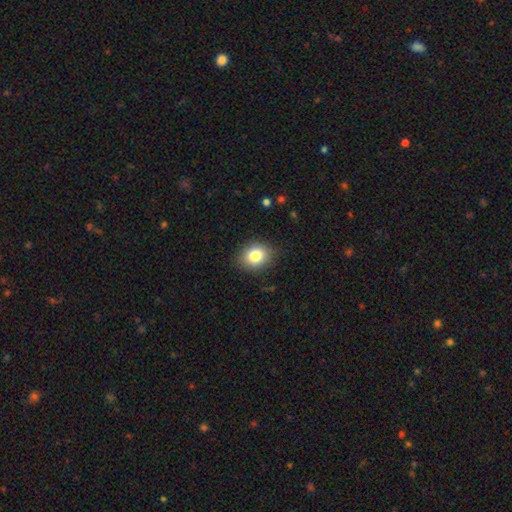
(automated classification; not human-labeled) Overall: smooth (82%). How rounded: round (54%; in between 45%). Merging: none (86%).